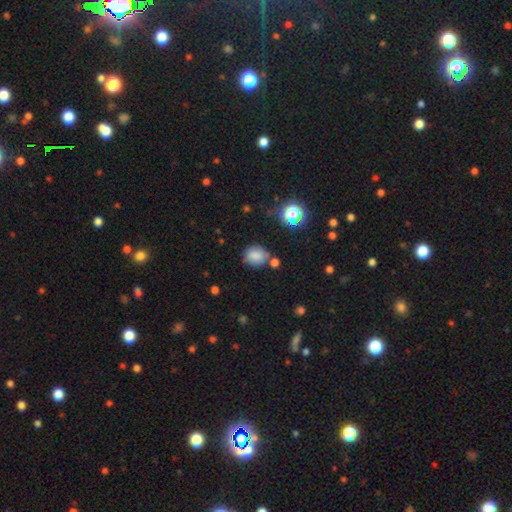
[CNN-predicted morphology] A smooth galaxy with no disk features (79%) that is round (60%). Merging: none (70%).